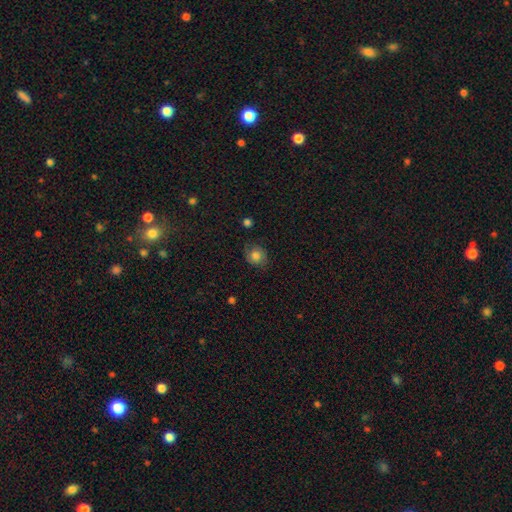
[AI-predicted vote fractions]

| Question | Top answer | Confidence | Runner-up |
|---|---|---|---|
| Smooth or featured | smooth | 72% | featured or disk (17%) |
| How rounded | round | 73% | in between (26%) |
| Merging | none | 73% | minor disturbance (19%) |